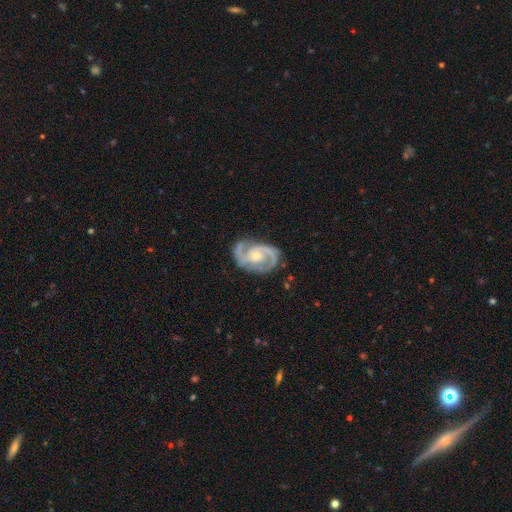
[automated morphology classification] featured or disk 92%, smooth 5%, star or artifact 4%. Down the decision tree: edge-on disk — no (98%); bar — no (63%); spiral arms — yes (98%); spiral arm count — 2 (90%); spiral winding — medium (50%); bulge size — moderate (47%, tied with small); merging — none (77%).